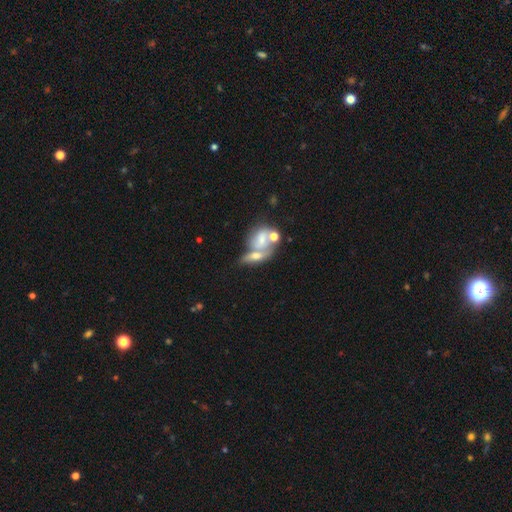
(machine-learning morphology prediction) A smooth galaxy with no disk features (46%).

Vote fractions:
- Smooth or featured? smooth: 46% / featured or disk: 43% / star or artifact: 11%
- Merging? merger: 58% / none: 21% / minor disturbance: 11% / major disturbance: 10%